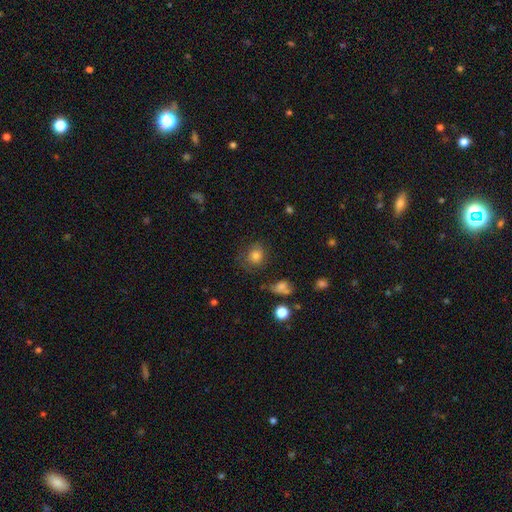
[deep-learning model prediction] This is likely a smooth galaxy (77%). How rounded: likely round (74%). Merging: likely none (66%).